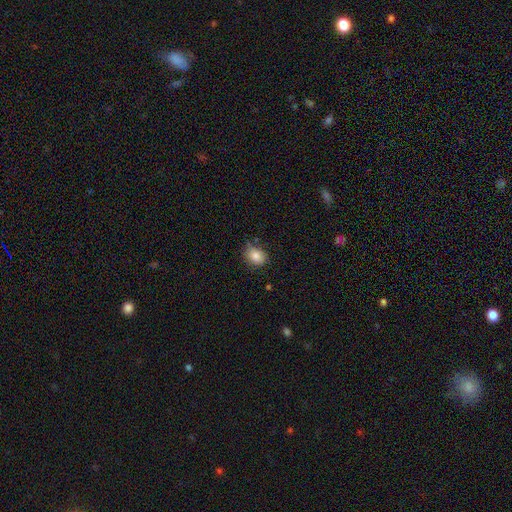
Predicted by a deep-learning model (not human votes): Smooth or featured?
  - smooth: 84% *
  - star or artifact: 9%
  - featured or disk: 7%
How rounded?
  - in between: 54% *
  - round: 45%
  - cigar-shaped: 1%
Merging?
  - none: 70% *
  - minor disturbance: 23%
  - major disturbance: 4%
  - merger: 3%